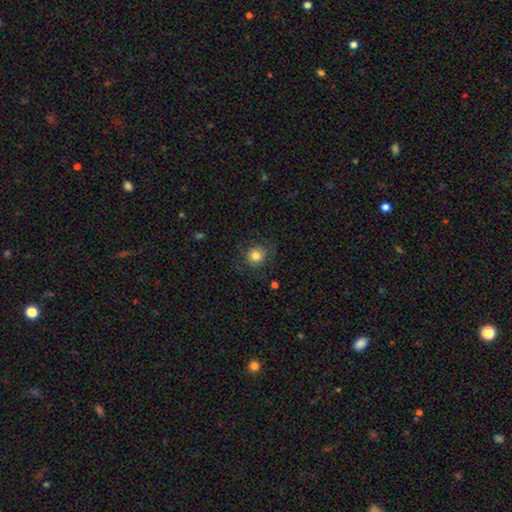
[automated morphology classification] The model was most divided on "merging": none: 80%, minor disturbance: 13%, major disturbance: 6%, merger: 1%. More confident: how rounded — round (85%); smooth or featured — smooth (79%).